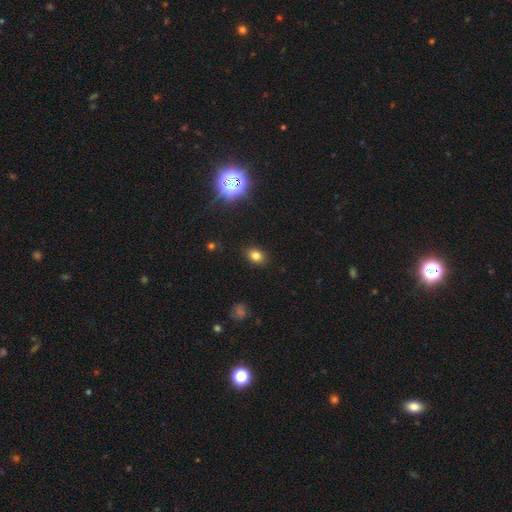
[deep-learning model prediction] smooth-or-featured: smooth: 77% | star or artifact: 16% | featured or disk: 7%
  how-rounded: in between: 71% | round: 28% | cigar-shaped: 1%
  merging: none: 87% | minor disturbance: 9% | major disturbance: 3% | merger: 1%